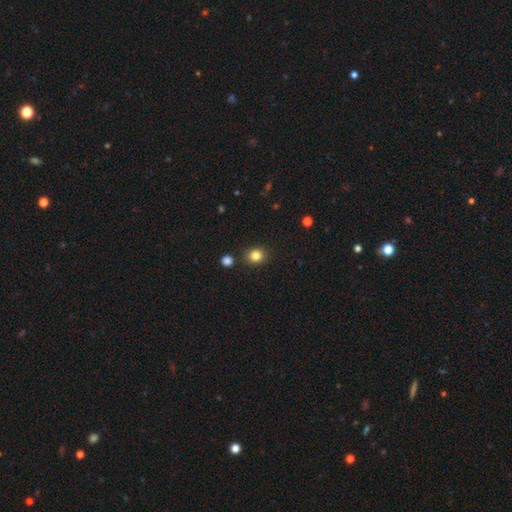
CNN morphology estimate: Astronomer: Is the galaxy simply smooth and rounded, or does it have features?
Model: smooth — 83%.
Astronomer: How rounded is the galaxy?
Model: round — 76%.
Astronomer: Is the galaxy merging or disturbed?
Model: none — 86%.